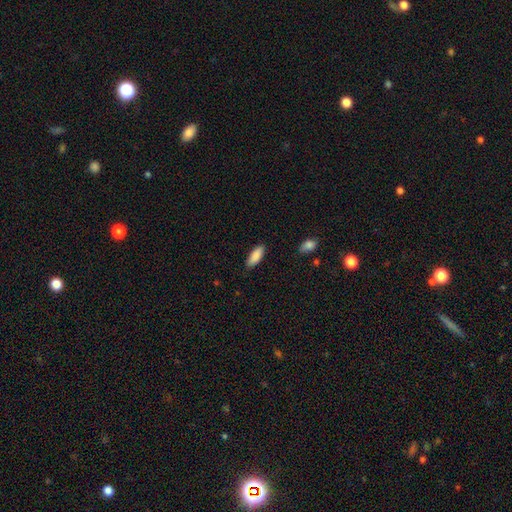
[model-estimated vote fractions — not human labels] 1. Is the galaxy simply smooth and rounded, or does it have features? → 88% smooth, 6% star or artifact, 6% featured or disk.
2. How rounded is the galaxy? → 72% in between, 27% cigar-shaped, 2% round.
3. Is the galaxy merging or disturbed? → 86% none, 11% minor disturbance, 2% major disturbance, 1% merger.